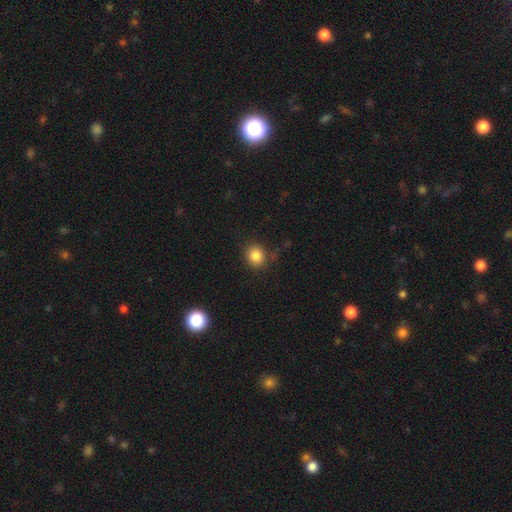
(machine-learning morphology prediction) Smooth or featured? smooth (84%)
How rounded? round (81%)
Merging? none (83%)